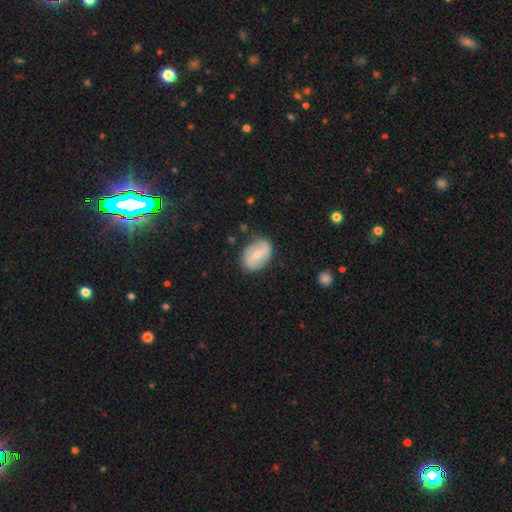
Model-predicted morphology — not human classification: This appears to be a featured or disk galaxy (49%). Merging: none (77%).